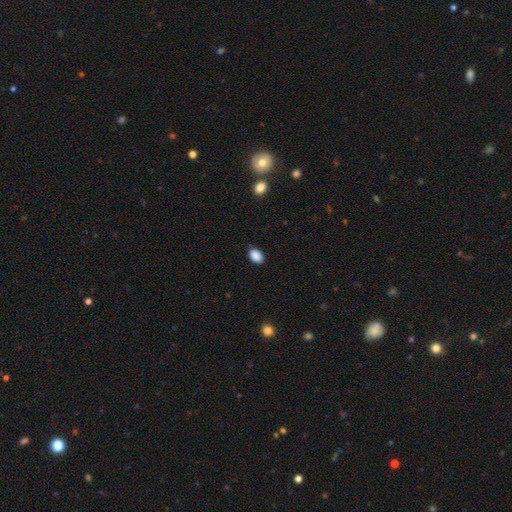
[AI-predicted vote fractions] Overall: smooth (89%). How rounded: in between (84%). Merging: none (82%).